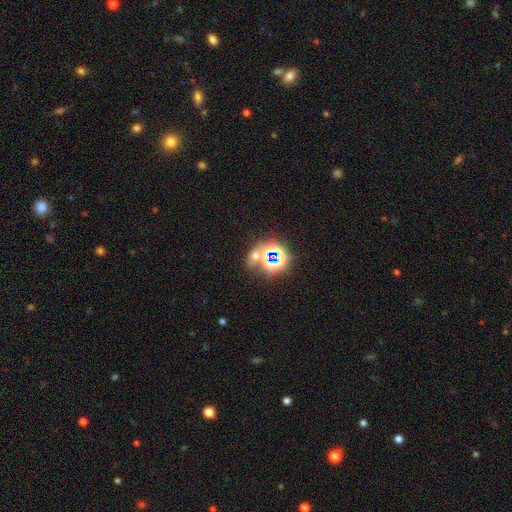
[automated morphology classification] smooth_or_featured: star or artifact (p=0.53) [alt: smooth p=0.35]